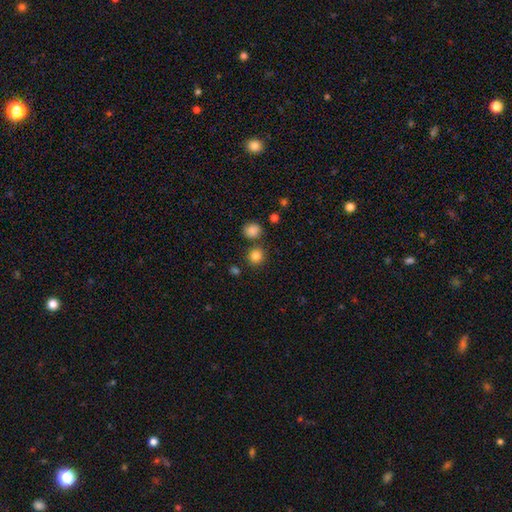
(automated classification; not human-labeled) This appears to be a smooth galaxy with no disk features (83%) that is round (90%). Merging: none (80%).